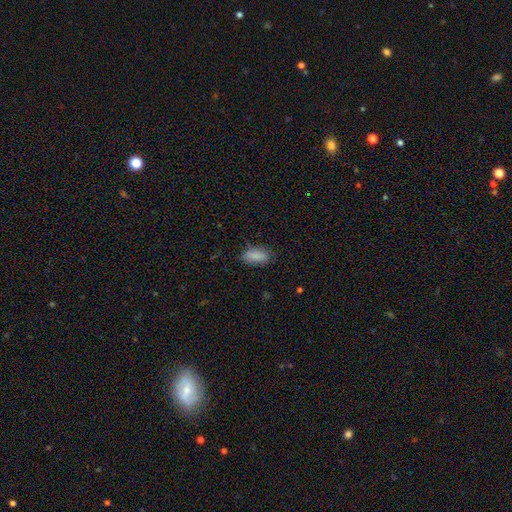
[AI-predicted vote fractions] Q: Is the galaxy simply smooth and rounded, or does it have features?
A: smooth — 87%.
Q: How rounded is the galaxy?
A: in between — 88%.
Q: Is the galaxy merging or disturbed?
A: none — 75%.